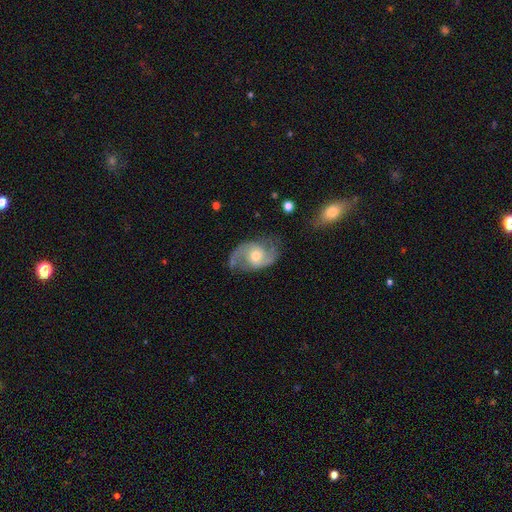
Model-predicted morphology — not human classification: smooth_or_featured: featured or disk (p=0.85) [alt: smooth p=0.09]
disk_edge_on: no (p=0.97) [alt: yes p=0.03]
bar: no (p=0.62) [alt: weak p=0.31]
has_spiral_arms: yes (p=0.95) [alt: no p=0.05]
spiral_winding: medium (p=0.48) [alt: loose p=0.37]
spiral_arm_count: 2 (p=0.91) [alt: can't tell p=0.04]
bulge_size: moderate (p=0.64) [alt: small p=0.30]
merging: none (p=0.71) [alt: minor disturbance p=0.19]